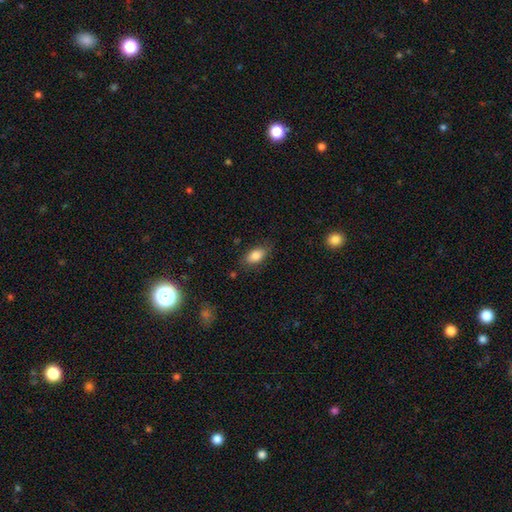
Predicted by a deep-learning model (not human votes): Smooth or featured: smooth — 84% (featured or disk — 9%)
How rounded: in between — 90% (round — 6%)
Merging: none — 79% (minor disturbance — 16%)